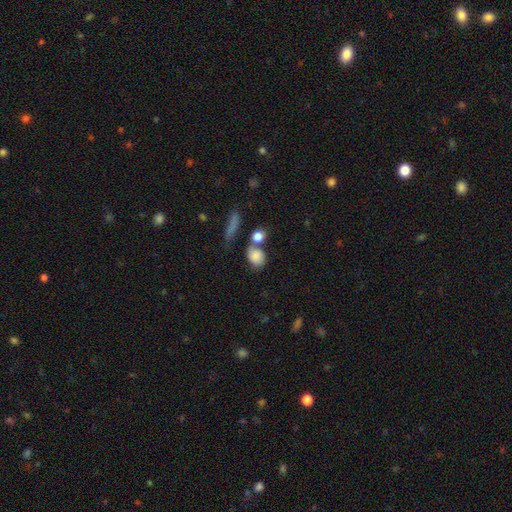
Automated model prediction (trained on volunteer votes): A smooth galaxy with no disk features (83%) that is round (49%).

Vote fractions:
- Smooth or featured? smooth: 83% / featured or disk: 9% / star or artifact: 8%
- How rounded? round: 49% / in between: 48% / cigar-shaped: 3%
- Merging? none: 45% / merger: 32% / minor disturbance: 15% / major disturbance: 8%